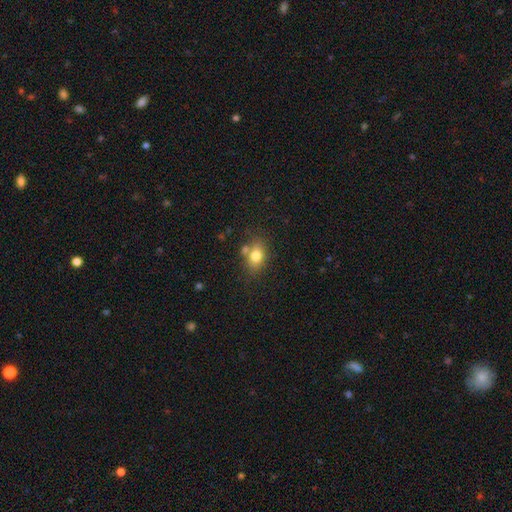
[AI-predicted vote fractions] This appears to be a smooth galaxy with no disk features (78%) that is in between round and cigar-shaped (75%). Merging: none (66%).